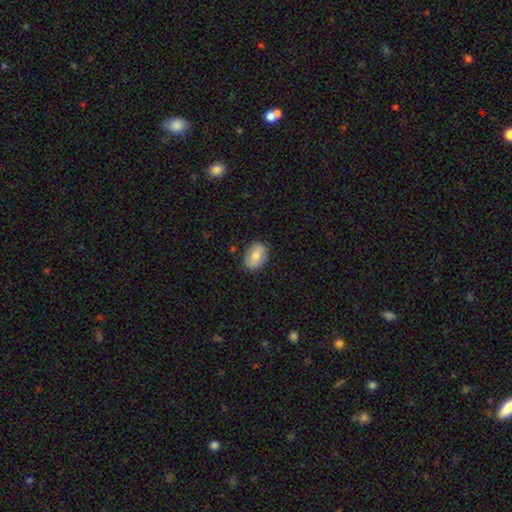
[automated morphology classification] Overall: smooth (68%). How rounded: in between (76%). Merging: none (83%).